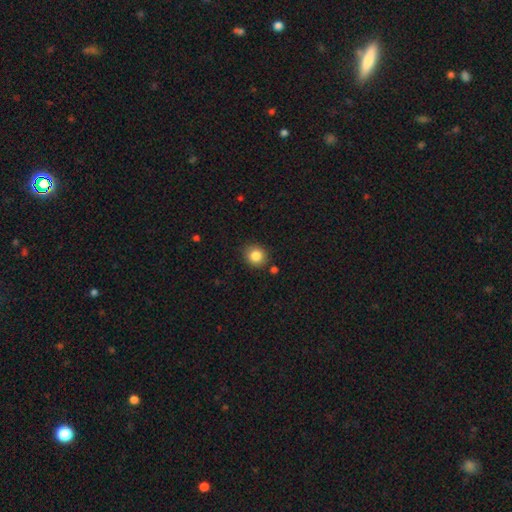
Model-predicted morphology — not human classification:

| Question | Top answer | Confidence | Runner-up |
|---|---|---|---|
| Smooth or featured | smooth | 85% | star or artifact (10%) |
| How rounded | round | 86% | in between (13%) |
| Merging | none | 86% | minor disturbance (9%) |